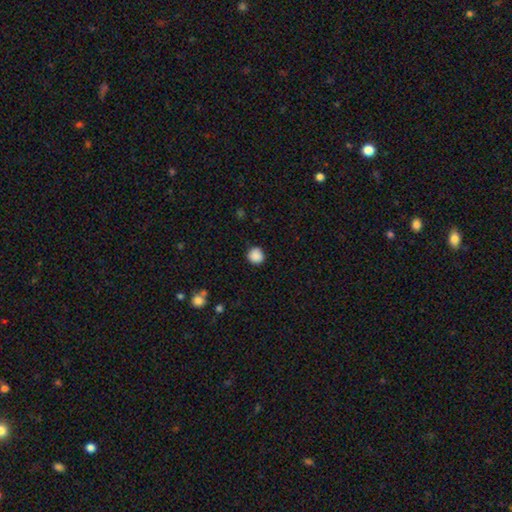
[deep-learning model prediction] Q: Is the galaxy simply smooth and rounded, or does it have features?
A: smooth — 88%.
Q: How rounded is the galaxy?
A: round — 92%.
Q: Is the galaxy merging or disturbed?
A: none — 88%.